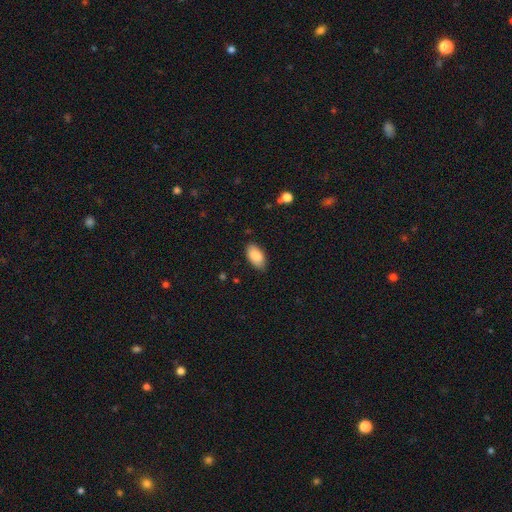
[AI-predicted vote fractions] Smooth or featured?
  - smooth: 87% *
  - featured or disk: 7%
  - star or artifact: 6%
How rounded?
  - in between: 94% *
  - cigar-shaped: 3%
  - round: 3%
Merging?
  - none: 80% *
  - minor disturbance: 16%
  - major disturbance: 3%
  - merger: 1%